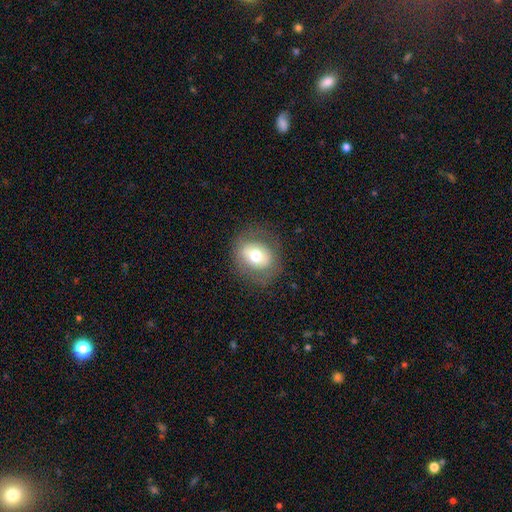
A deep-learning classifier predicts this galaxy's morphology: This appears to be a smooth galaxy with no disk features (62%) that is round (59%). Merging: none (79%).